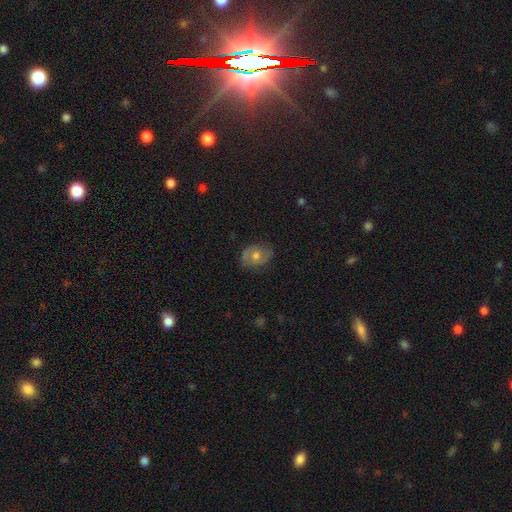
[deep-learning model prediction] smooth-or-featured: featured or disk: 59% | smooth: 30% | star or artifact: 11%
  disk-edge-on: no: 96% | yes: 4%
    bar: no: 68% | weak: 27% | strong: 6%
    has-spiral-arms: yes: 75% | no: 25%
    bulge-size: moderate: 71% | small: 20% | large: 6% | none: 2% | dominant: 1%
  merging: none: 80% | minor disturbance: 15% | major disturbance: 4% | merger: 1%